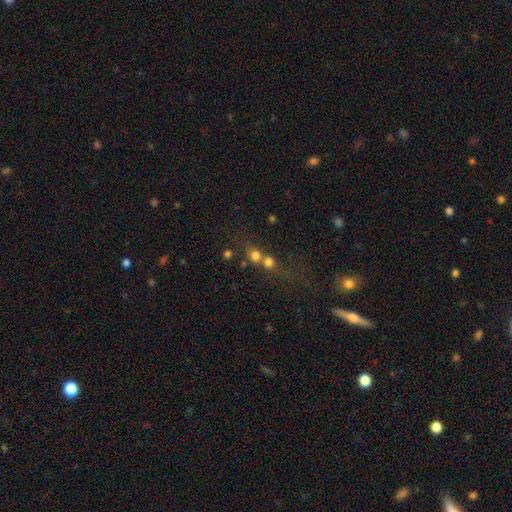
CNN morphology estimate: Q: Smooth or featured?
A: smooth (72%); runner-up: star or artifact (17%)
Q: How rounded?
A: round (80%); runner-up: in between (18%)
Q: Merging?
A: merger (54%); runner-up: none (37%)